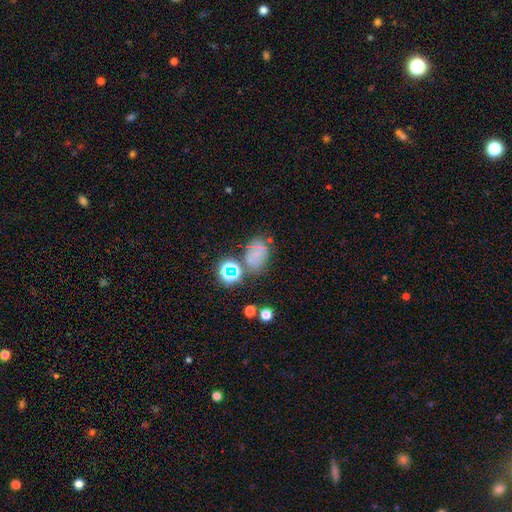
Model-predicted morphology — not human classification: The model was most divided on "smooth or featured": smooth: 52%, star or artifact: 26%, featured or disk: 21%. More confident: how rounded — in between (69%); merging — none (54%).